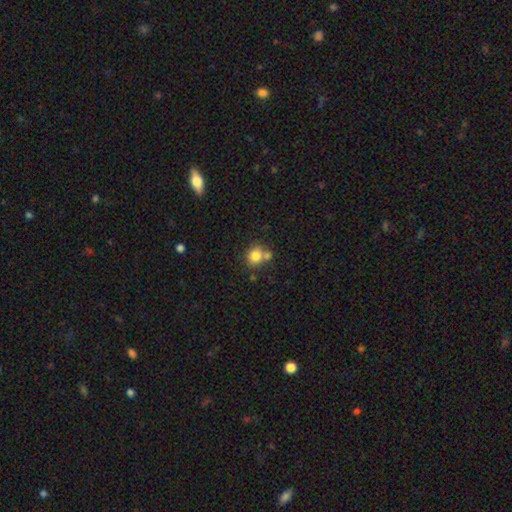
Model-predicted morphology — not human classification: Overall: smooth (79%). How rounded: round (78%). Merging: none (59%; merger 28%).